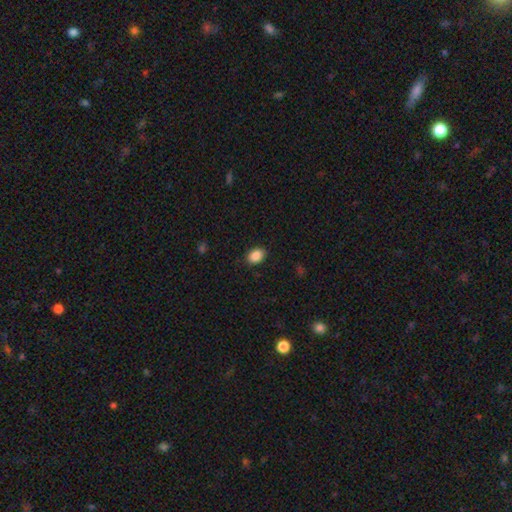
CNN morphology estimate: Overall: smooth (89%). How rounded: in between (72%). Merging: none (88%).